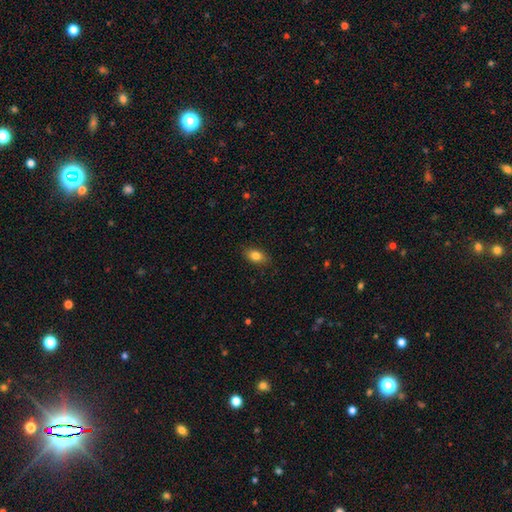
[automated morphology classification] type=smooth (82%); roundness=in between (87%); merging=none (87%).